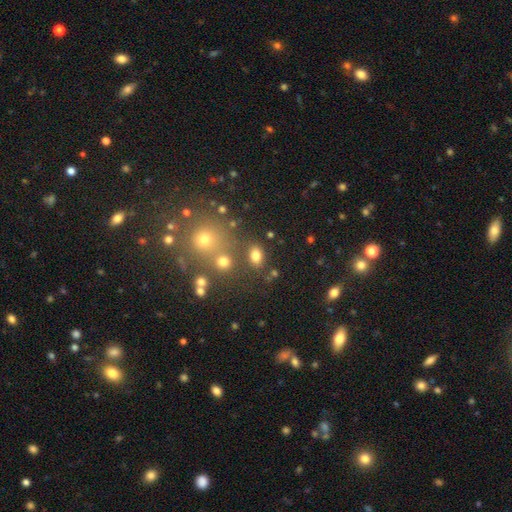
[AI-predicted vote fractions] smooth_or_featured: smooth (p=0.78) [alt: star or artifact p=0.15]
how_rounded: in between (p=0.74) [alt: round p=0.24]
merging: none (p=0.75) [alt: minor disturbance p=0.11]